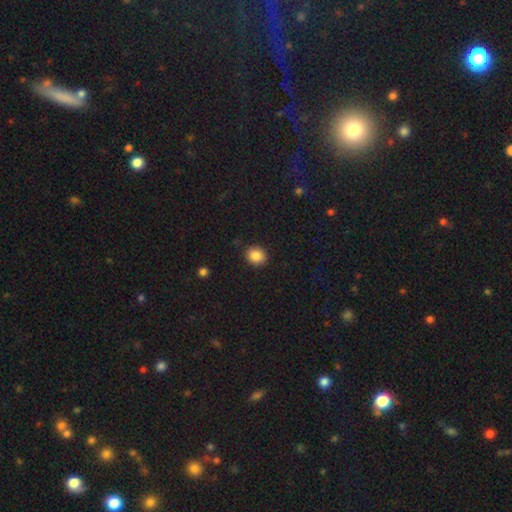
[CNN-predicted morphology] This is clearly a smooth galaxy (87%). How rounded: likely round (67%). Merging: clearly none (89%).